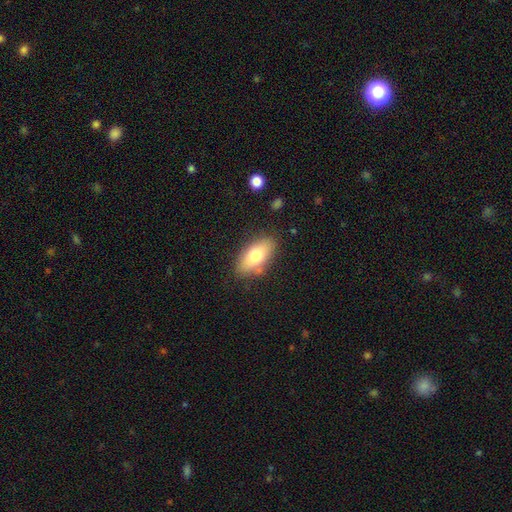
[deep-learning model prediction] smooth 76%, featured or disk 17%, star or artifact 7%. Down the decision tree: how rounded — in between (90%); merging — none (81%).